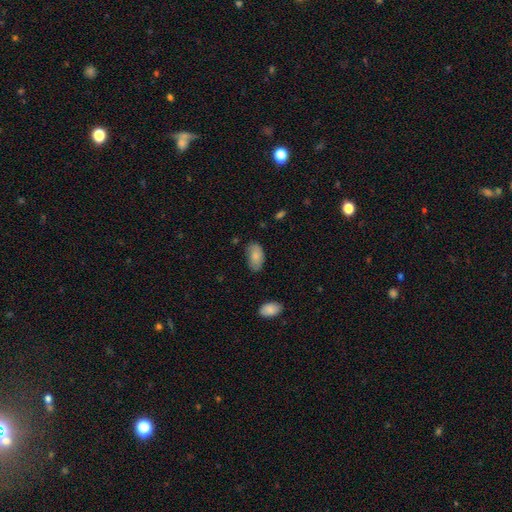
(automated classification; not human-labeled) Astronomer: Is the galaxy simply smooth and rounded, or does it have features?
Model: smooth — 82%.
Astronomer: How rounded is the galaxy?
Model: in between — 94%.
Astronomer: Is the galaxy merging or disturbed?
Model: none — 68%.